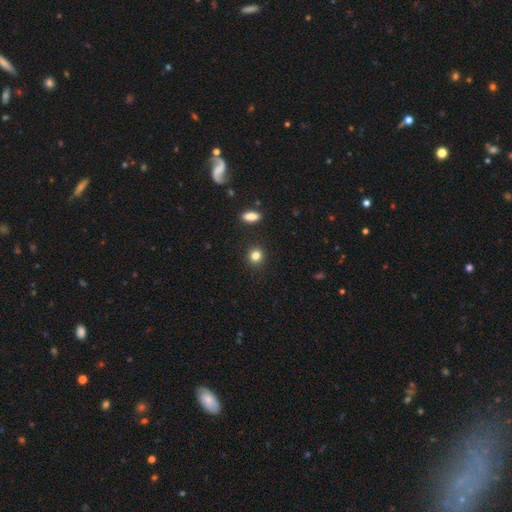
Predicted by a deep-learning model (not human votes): This is clearly a smooth galaxy (83%). How rounded: clearly round (87%). Merging: clearly none (91%).